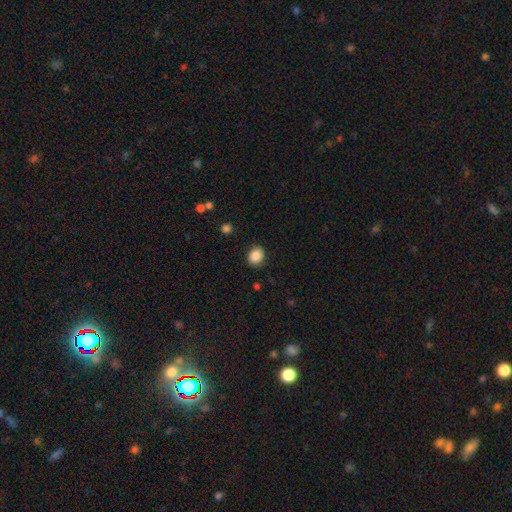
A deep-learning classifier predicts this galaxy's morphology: smooth-or-featured: smooth: 88% | star or artifact: 9% | featured or disk: 4%
  how-rounded: round: 59% | in between: 40% | cigar-shaped: 1%
  merging: none: 85% | minor disturbance: 11% | major disturbance: 3% | merger: 1%